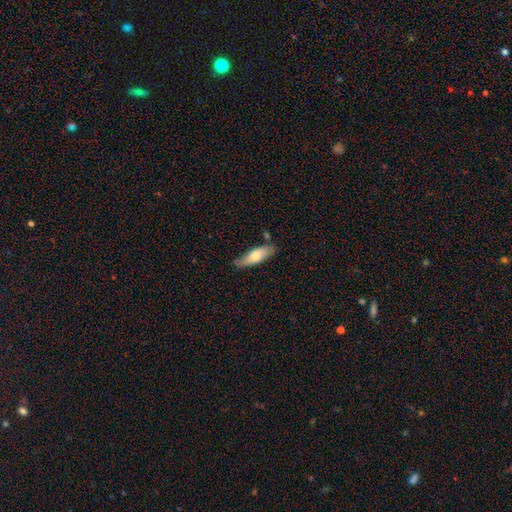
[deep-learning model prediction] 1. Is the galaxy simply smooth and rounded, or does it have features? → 68% smooth, 27% featured or disk, 6% star or artifact.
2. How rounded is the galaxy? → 52% in between, 46% cigar-shaped, 2% round.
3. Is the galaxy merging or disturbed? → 72% none, 20% minor disturbance, 4% merger, 4% major disturbance.